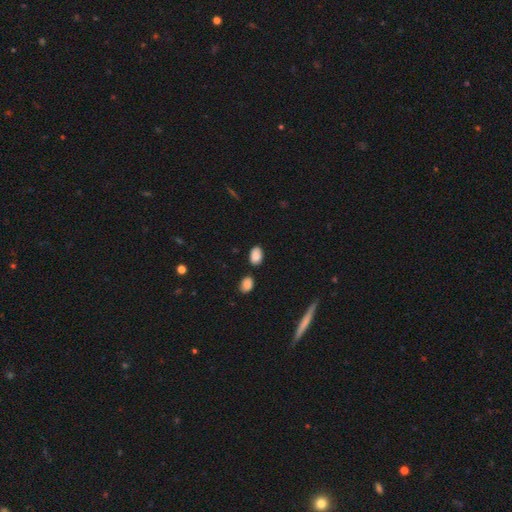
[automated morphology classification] This is clearly a smooth galaxy (86%). How rounded: clearly in between (89%). Merging: likely none (77%).